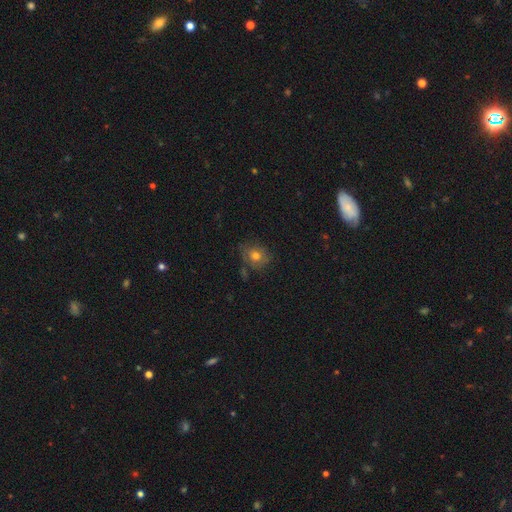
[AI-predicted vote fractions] Q: Smooth or featured?
A: smooth (69%); runner-up: featured or disk (19%)
Q: How rounded?
A: round (65%); runner-up: in between (34%)
Q: Merging?
A: none (66%); runner-up: minor disturbance (22%)